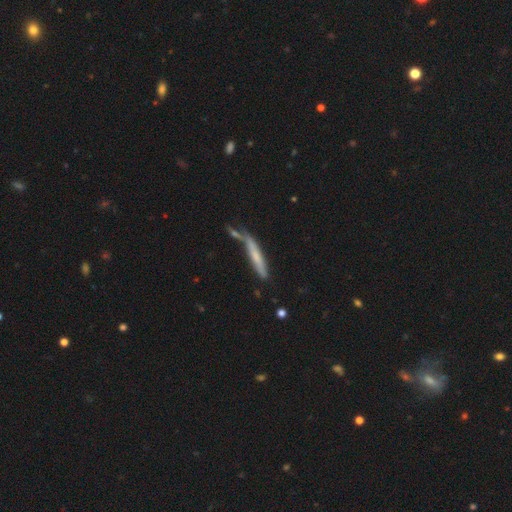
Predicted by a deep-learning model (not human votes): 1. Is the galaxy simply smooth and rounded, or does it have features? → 57% smooth, 36% featured or disk, 7% star or artifact.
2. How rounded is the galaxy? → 92% cigar-shaped, 6% in between, 1% round.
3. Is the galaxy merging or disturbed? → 53% none, 22% merger, 18% minor disturbance, 7% major disturbance.